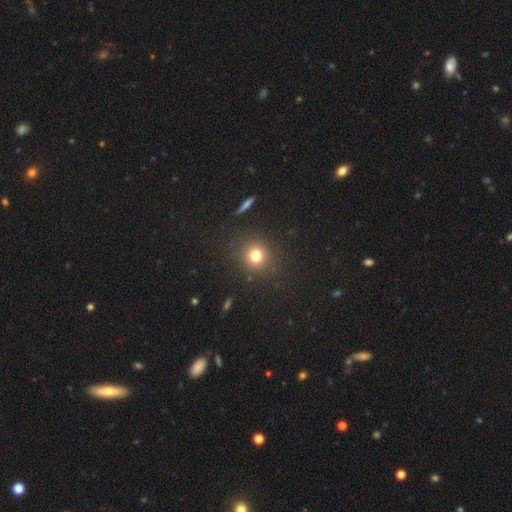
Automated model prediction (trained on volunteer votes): This is likely a smooth galaxy (76%). How rounded: clearly round (89%). Merging: clearly none (88%).